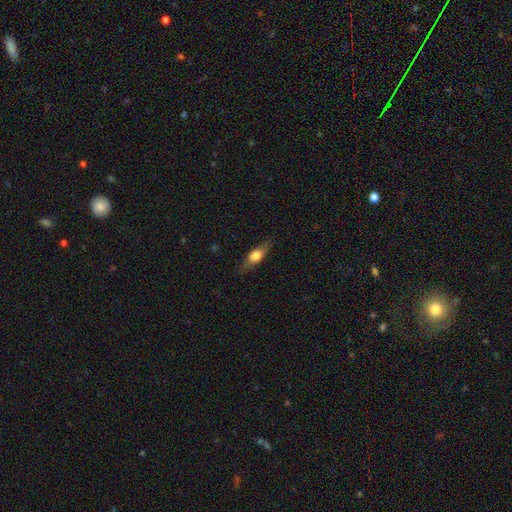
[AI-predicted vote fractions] Morphology: type=smooth (55%); roundness=in between (55%); merging=none (81%).